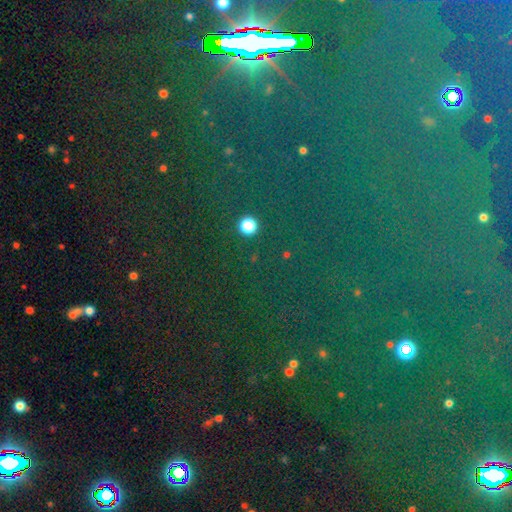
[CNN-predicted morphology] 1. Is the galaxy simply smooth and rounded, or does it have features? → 82% star or artifact, 10% smooth, 8% featured or disk.